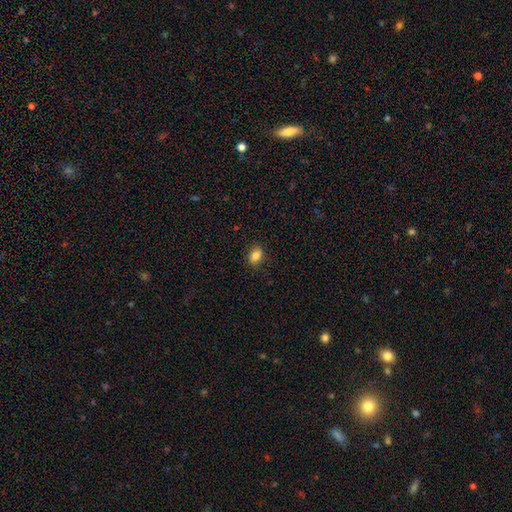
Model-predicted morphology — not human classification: type=smooth (84%); roundness=in between (77%); merging=none (87%).